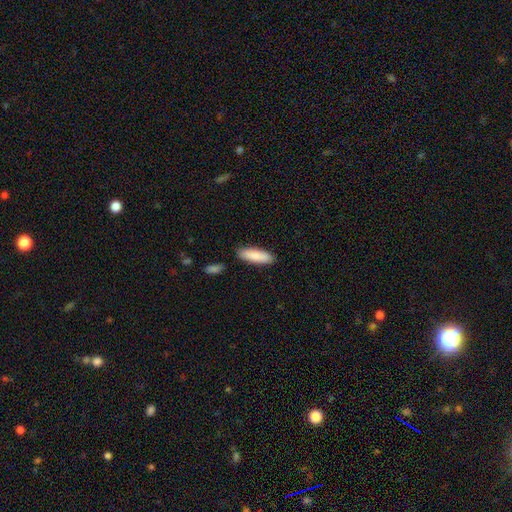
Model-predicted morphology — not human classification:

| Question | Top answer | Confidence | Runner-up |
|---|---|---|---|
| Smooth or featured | smooth | 86% | featured or disk (8%) |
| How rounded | cigar-shaped | 49% | tied: in between (49%) |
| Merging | none | 86% | minor disturbance (9%) |